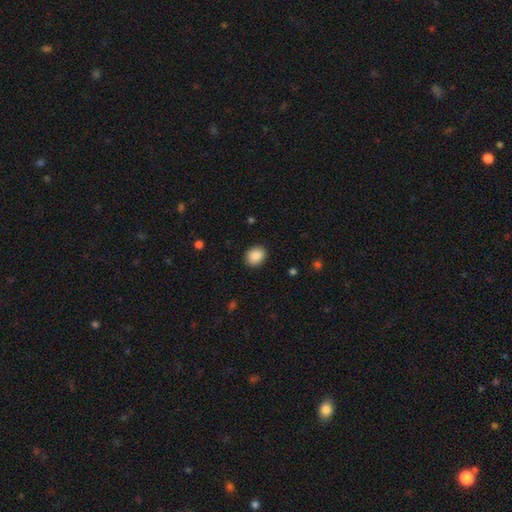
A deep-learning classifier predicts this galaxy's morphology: This appears to be a smooth galaxy with no disk features (87%) that is round (55%). Merging: none (89%).